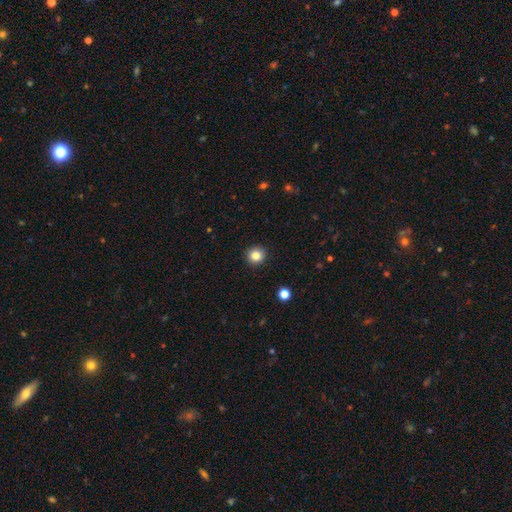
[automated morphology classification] smooth_or_featured: smooth (p=0.85) [alt: star or artifact p=0.11]
how_rounded: round (p=0.92) [alt: in between p=0.07]
merging: none (p=0.92) [alt: minor disturbance p=0.05]